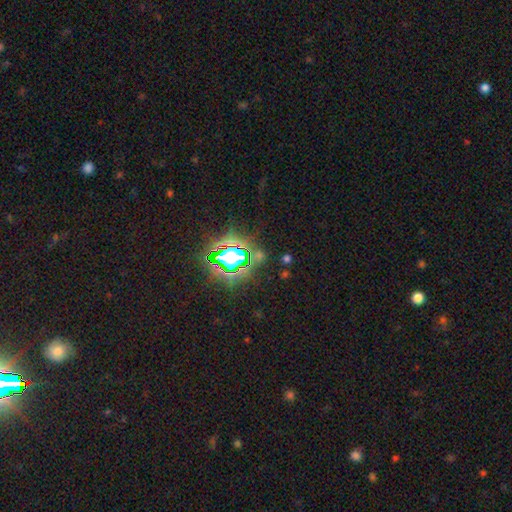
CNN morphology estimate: Smooth or featured?
  - star or artifact: 78% *
  - smooth: 14%
  - featured or disk: 8%